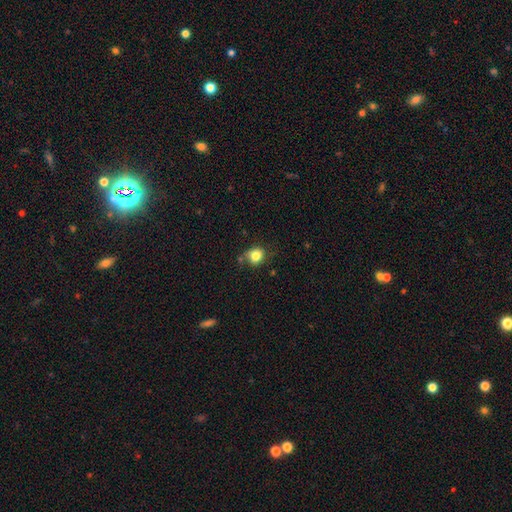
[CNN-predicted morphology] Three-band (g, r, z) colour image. It shows a smooth galaxy with no disk features (82%) that is round (71%). Merging: none (64%).